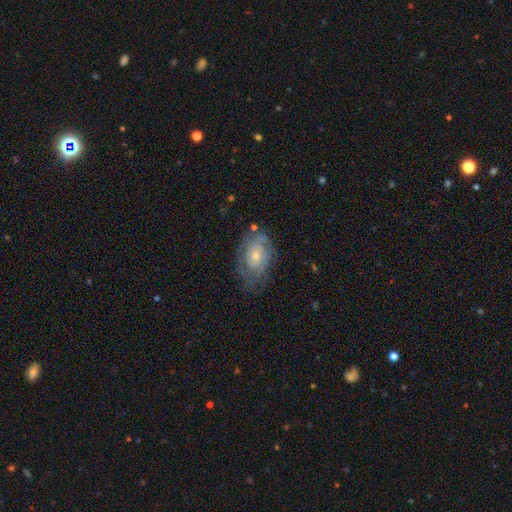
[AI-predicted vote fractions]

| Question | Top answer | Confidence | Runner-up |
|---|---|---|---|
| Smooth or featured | featured or disk | 66% | smooth (27%) |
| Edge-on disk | no | 95% | yes (5%) |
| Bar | no | 74% | weak (23%) |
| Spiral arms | yes | 79% | no (21%) |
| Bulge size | small | 59% | moderate (36%) |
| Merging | none | 60% | minor disturbance (24%) |